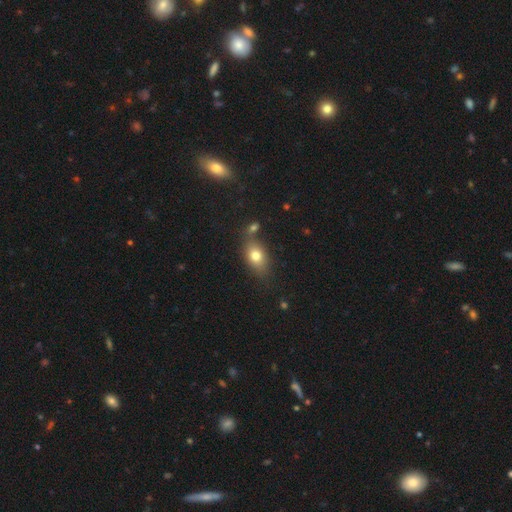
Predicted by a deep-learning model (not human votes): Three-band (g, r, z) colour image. It shows a smooth galaxy with no disk features (77%) that is in between round and cigar-shaped (80%). Merging: none (64%).